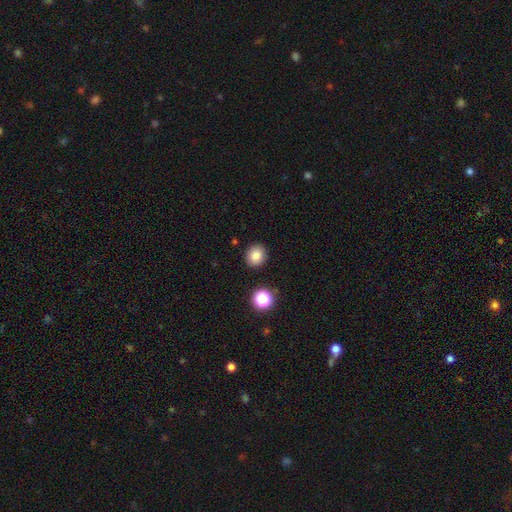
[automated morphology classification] This is clearly a smooth galaxy (82%). How rounded: clearly round (87%). Merging: clearly none (90%).